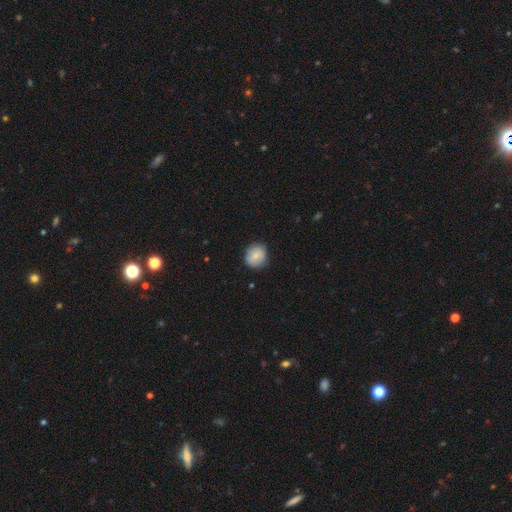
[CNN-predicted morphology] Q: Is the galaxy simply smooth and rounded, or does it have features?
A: smooth — 80%.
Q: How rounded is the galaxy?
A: round — 77%.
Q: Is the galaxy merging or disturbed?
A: none — 81%.